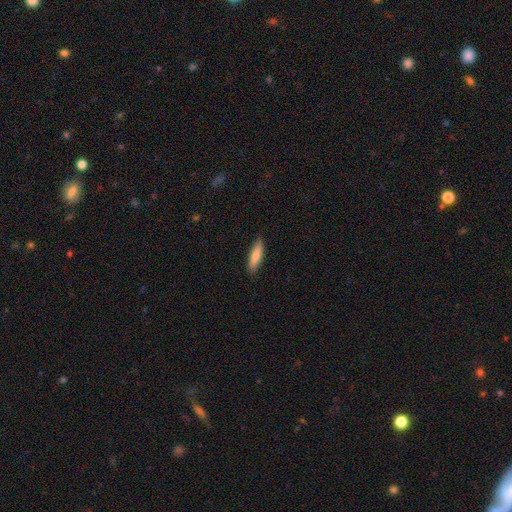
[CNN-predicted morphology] A smooth galaxy with no disk features (80%) that is cigar-shaped (70%).

Vote fractions:
- Smooth or featured? smooth: 80% / featured or disk: 15% / star or artifact: 6%
- How rounded? cigar-shaped: 70% / in between: 28% / round: 2%
- Merging? none: 86% / minor disturbance: 11% / major disturbance: 2% / merger: 1%